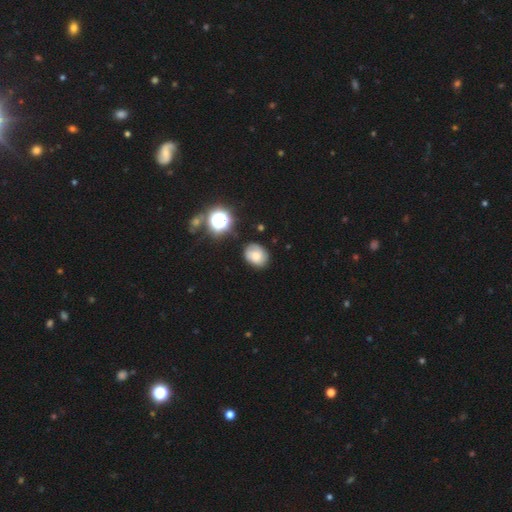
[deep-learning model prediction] A smooth galaxy with no disk features (65%) that is in between round and cigar-shaped (51%).

Vote fractions:
- Smooth or featured? smooth: 65% / featured or disk: 23% / star or artifact: 12%
- How rounded? in between: 51% / round: 48% / cigar-shaped: 1%
- Merging? none: 73% / minor disturbance: 19% / major disturbance: 5% / merger: 3%